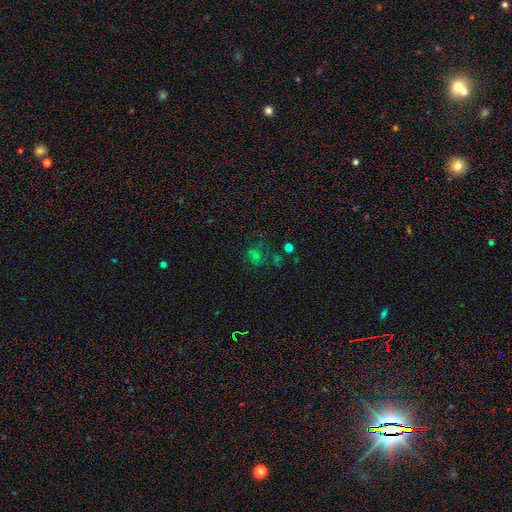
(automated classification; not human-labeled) smooth-or-featured: star or artifact: 41% | smooth: 38% | featured or disk: 21%